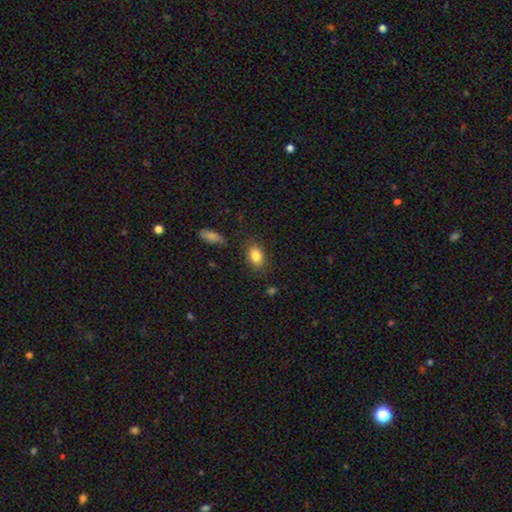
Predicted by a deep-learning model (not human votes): Smooth or featured? smooth (84%)
How rounded? in between (84%)
Merging? none (81%)